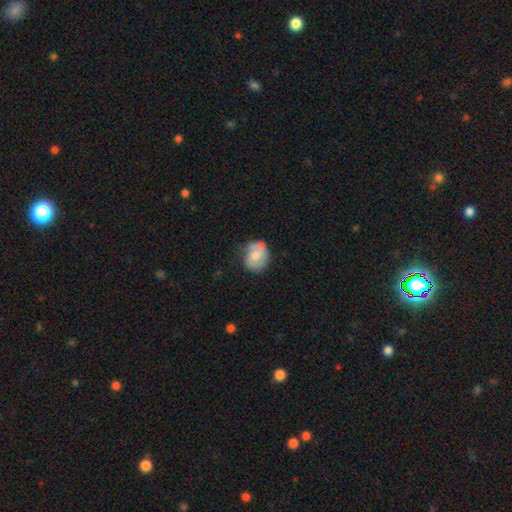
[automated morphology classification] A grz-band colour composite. It shows a smooth galaxy with no disk features (56%) that is round (58%). Merging: none (52%).